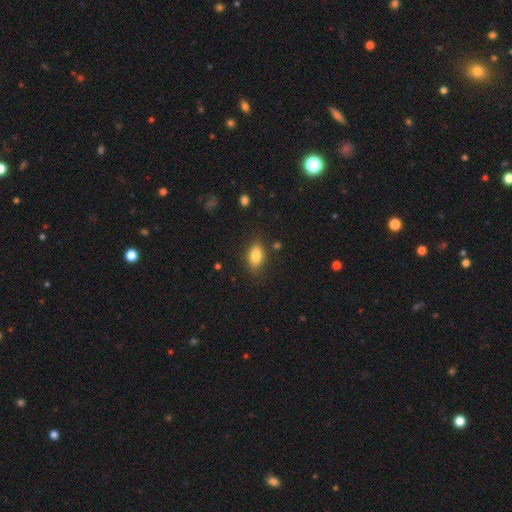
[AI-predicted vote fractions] Morphology: type=smooth (83%); roundness=in between (87%); merging=none (81%).